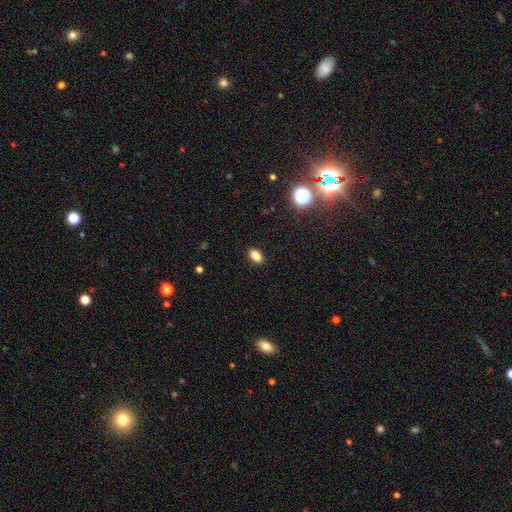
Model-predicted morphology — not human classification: The model was most divided on "smooth or featured": smooth: 83%, star or artifact: 12%, featured or disk: 5%. More confident: merging — none (89%); how rounded — in between (88%).